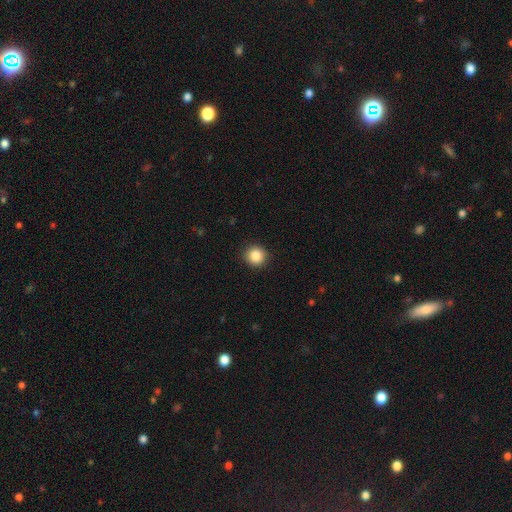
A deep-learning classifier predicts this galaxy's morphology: Smooth or featured: smooth — 87% (star or artifact — 9%)
How rounded: round — 93% (in between — 6%)
Merging: none — 92% (minor disturbance — 6%)